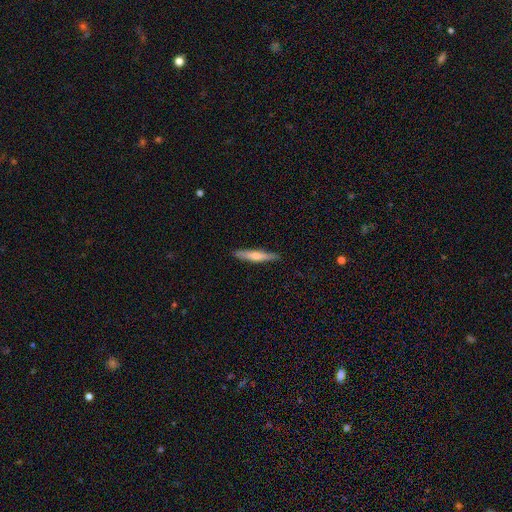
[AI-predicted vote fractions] This is possibly a smooth galaxy (51%). How rounded: clearly cigar-shaped (92%). Merging: clearly none (90%).